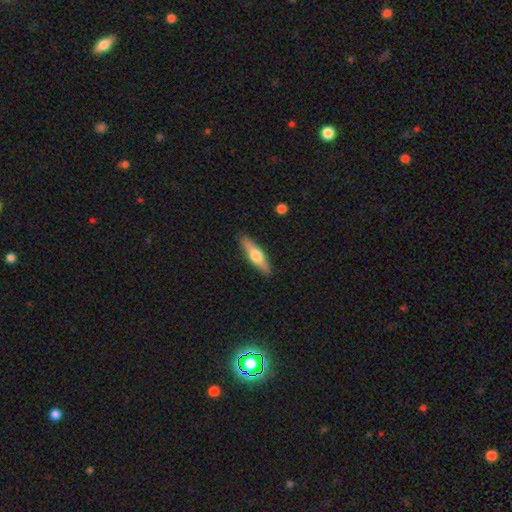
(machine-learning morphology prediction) Overall: smooth (50%; featured or disk 45%). Merging: none (88%).